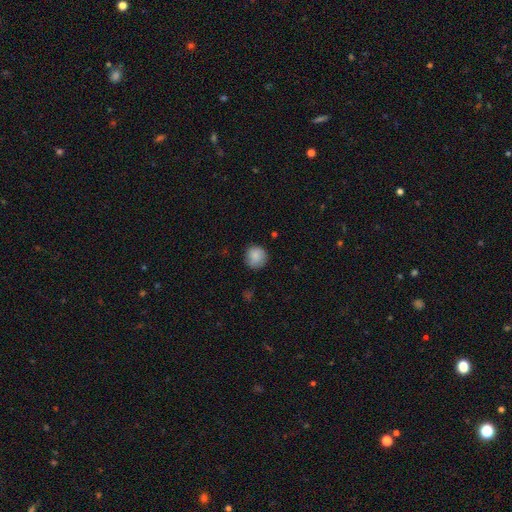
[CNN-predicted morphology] Overall: smooth (87%). How rounded: round (93%). Merging: none (85%).